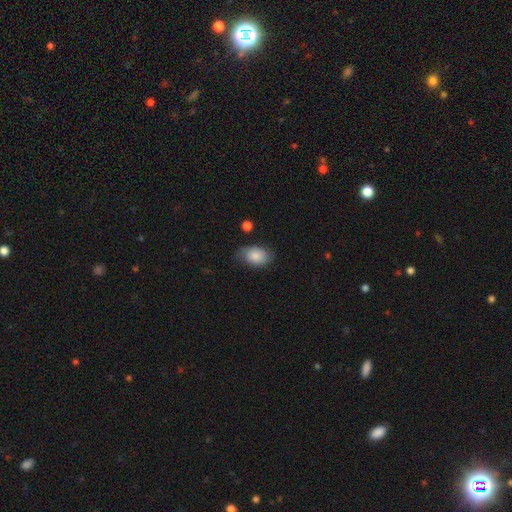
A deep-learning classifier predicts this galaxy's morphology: The model was most divided on "merging": none: 69%, minor disturbance: 24%, major disturbance: 5%, merger: 2%. More confident: how rounded — in between (88%); smooth or featured — smooth (79%).